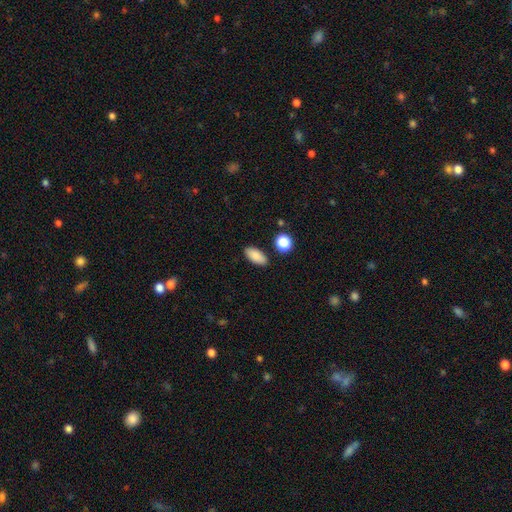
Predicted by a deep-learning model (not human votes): The model was most divided on "merging": none: 86%, minor disturbance: 9%, merger: 3%, major disturbance: 2%. More confident: how rounded — in between (90%); smooth or featured — smooth (87%).